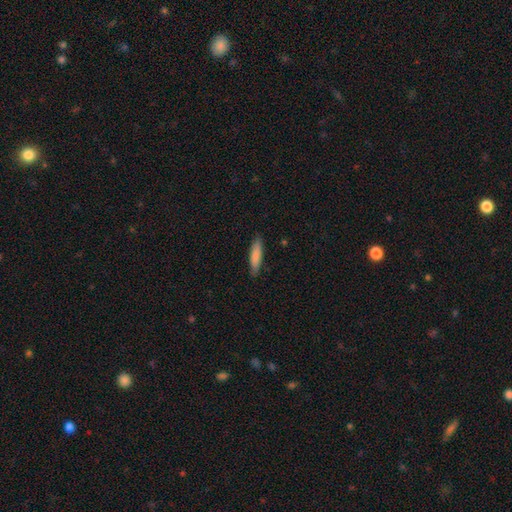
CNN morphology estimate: Smooth or featured: smooth — 83% (featured or disk — 11%)
How rounded: cigar-shaped — 79% (in between — 19%)
Merging: none — 87% (minor disturbance — 10%)